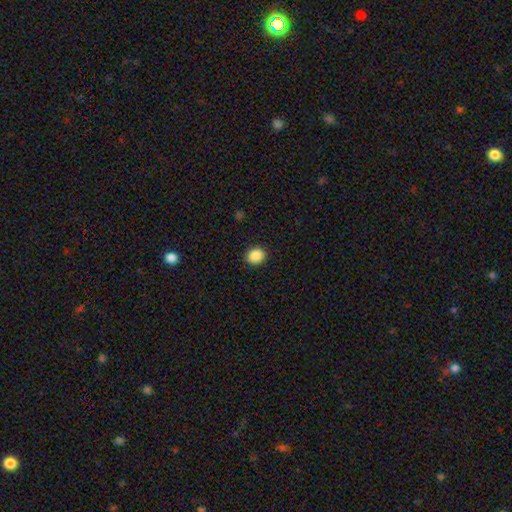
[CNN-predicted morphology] Smooth or featured? smooth (88%)
How rounded? round (71%)
Merging? none (91%)